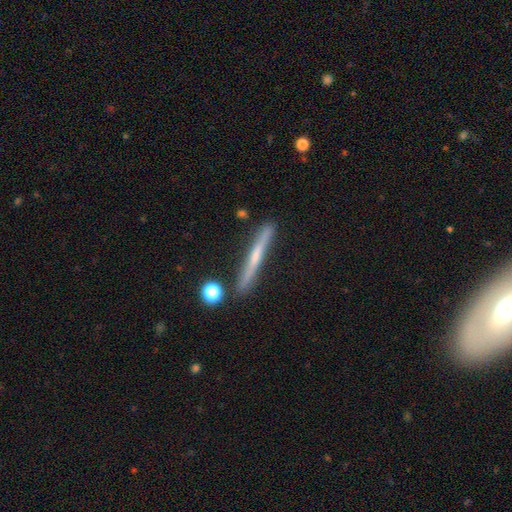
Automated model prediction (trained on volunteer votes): smooth-or-featured: featured or disk: 53% | smooth: 41% | star or artifact: 7%
  disk-edge-on: yes: 96% | no: 4%
    edge-on-bulge: none: 57% | rounded: 37% | boxy: 7%
  merging: none: 86% | minor disturbance: 9% | merger: 3% | major disturbance: 2%